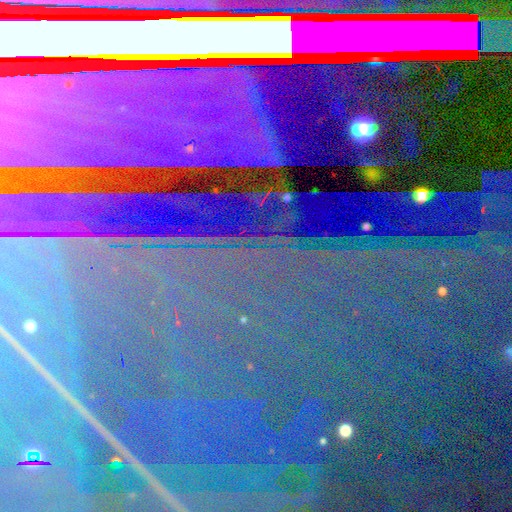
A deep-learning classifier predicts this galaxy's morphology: type=star or artifact (85%).